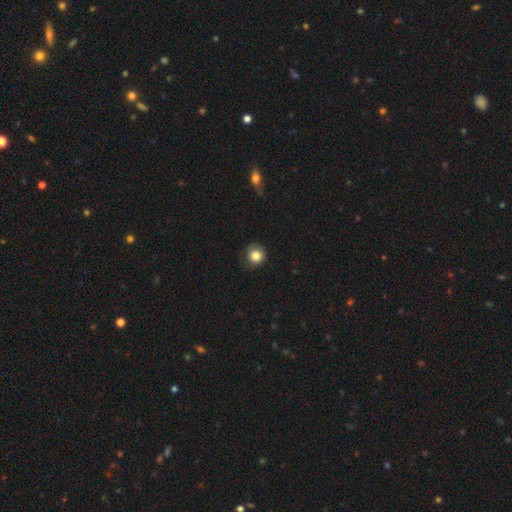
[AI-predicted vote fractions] This is clearly a smooth galaxy (81%). How rounded: clearly round (89%). Merging: likely none (72%).